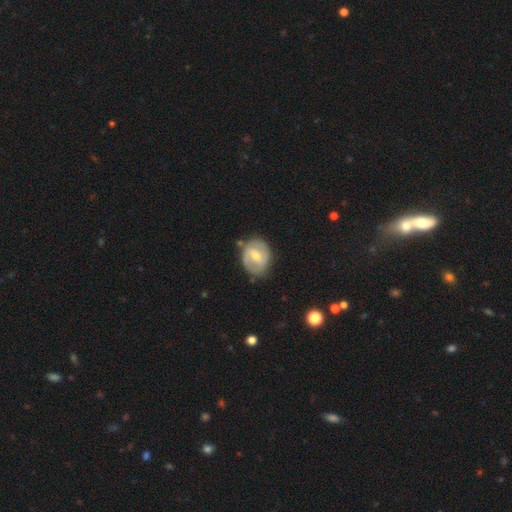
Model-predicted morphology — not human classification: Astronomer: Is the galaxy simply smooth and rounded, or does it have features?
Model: featured or disk — 68%.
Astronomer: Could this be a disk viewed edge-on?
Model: no — 97%.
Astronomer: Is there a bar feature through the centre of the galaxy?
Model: weak — 53%.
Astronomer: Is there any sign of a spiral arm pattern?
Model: yes — 80%.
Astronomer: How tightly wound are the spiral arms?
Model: medium — 45% (runner-up: tight, 36%).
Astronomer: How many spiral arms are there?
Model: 2 — 78%.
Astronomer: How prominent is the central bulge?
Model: moderate — 57% (runner-up: small, 38%).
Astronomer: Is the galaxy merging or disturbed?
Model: none — 70%.